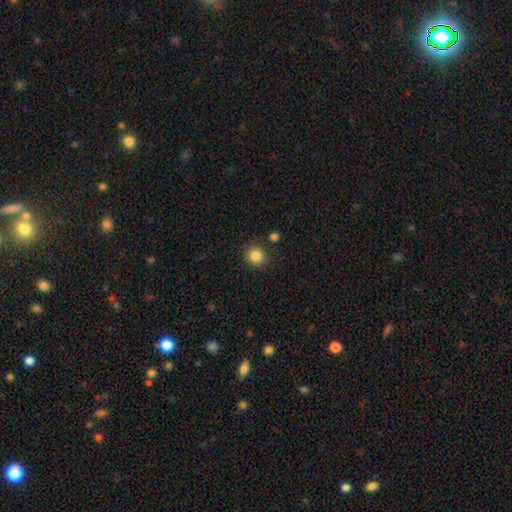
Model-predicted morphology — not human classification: type=smooth (85%); roundness=round (87%); merging=none (85%).